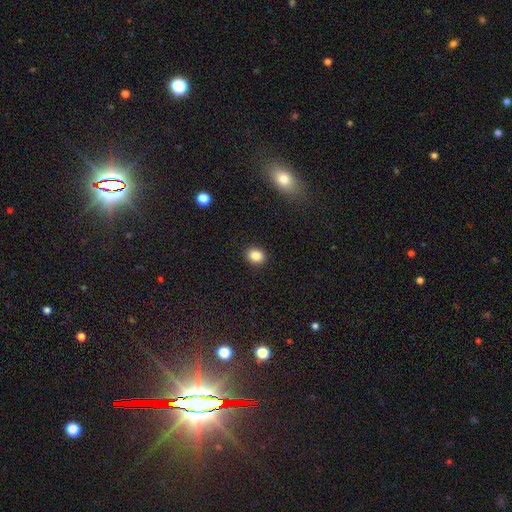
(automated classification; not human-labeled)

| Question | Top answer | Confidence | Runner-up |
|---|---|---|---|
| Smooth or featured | smooth | 86% | star or artifact (10%) |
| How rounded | round | 50% | in between (49%) |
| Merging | none | 91% | minor disturbance (7%) |